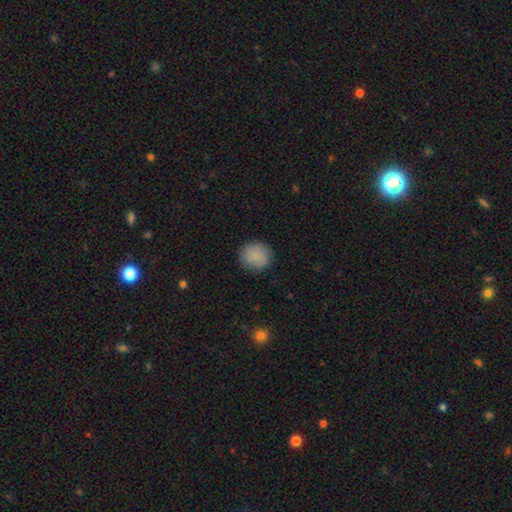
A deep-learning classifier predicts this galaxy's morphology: Q: Smooth or featured?
A: smooth (85%); runner-up: star or artifact (8%)
Q: How rounded?
A: round (90%); runner-up: in between (9%)
Q: Merging?
A: none (86%); runner-up: minor disturbance (11%)